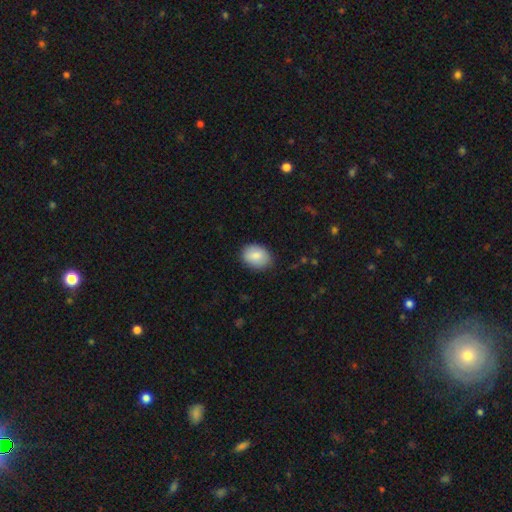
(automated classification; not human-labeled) Q: Smooth or featured?
A: smooth (84%); runner-up: featured or disk (9%)
Q: How rounded?
A: in between (64%); runner-up: round (35%)
Q: Merging?
A: none (83%); runner-up: minor disturbance (13%)